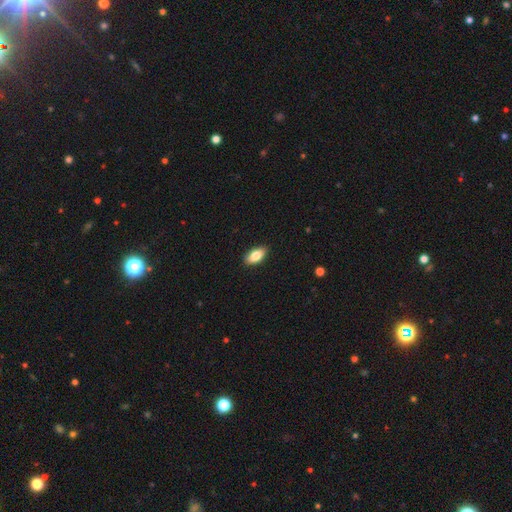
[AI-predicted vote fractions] smooth-or-featured: smooth: 83% | featured or disk: 11% | star or artifact: 7%
  how-rounded: in between: 91% | cigar-shaped: 6% | round: 3%
  merging: none: 88% | minor disturbance: 9% | major disturbance: 2% | merger: 1%